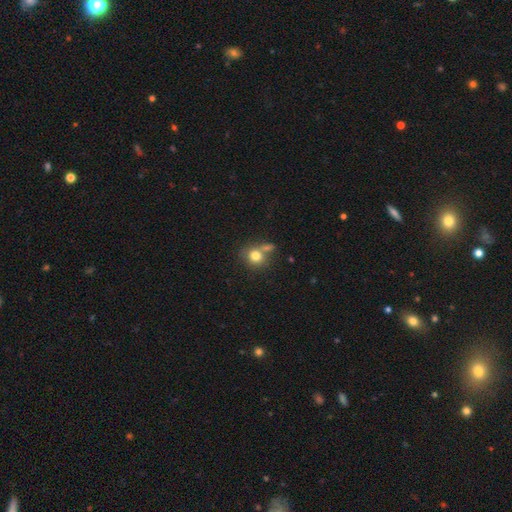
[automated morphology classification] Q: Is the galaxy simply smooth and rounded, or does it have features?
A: smooth — 78%.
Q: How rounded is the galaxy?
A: round — 77%.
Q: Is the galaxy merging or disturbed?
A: none — 52%.